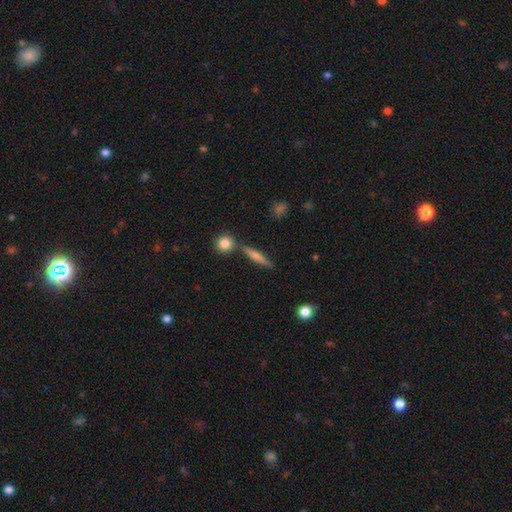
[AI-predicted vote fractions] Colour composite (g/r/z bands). It shows a smooth galaxy with no disk features (48%). Merging: none (80%).